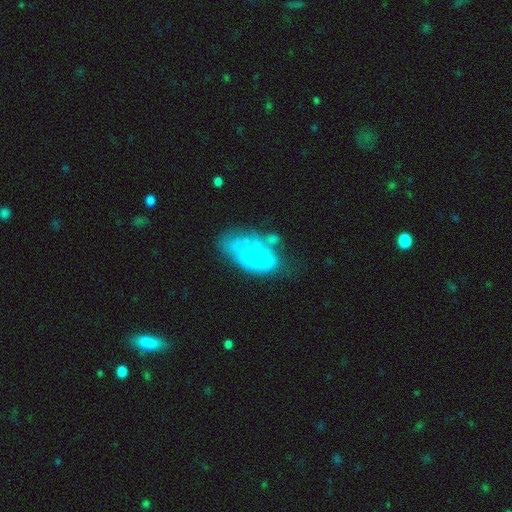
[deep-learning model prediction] smooth_or_featured: featured or disk (p=0.64) [alt: smooth p=0.27]
disk_edge_on: no (p=0.96) [alt: yes p=0.04]
bar: no (p=0.58) [alt: weak p=0.34]
has_spiral_arms: yes (p=0.51) [alt: no p=0.49]
bulge_size: small (p=0.50) [alt: none p=0.33]
merging: none (p=0.32) [alt: major disturbance p=0.28]